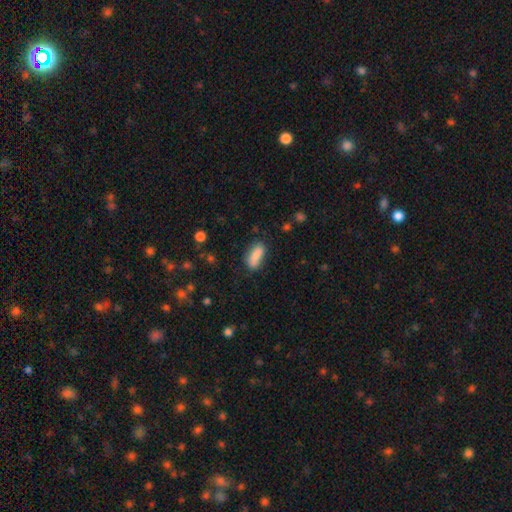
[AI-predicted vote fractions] smooth 86%, star or artifact 7%, featured or disk 7%. Down the decision tree: how rounded — in between (76%); merging — none (71%).